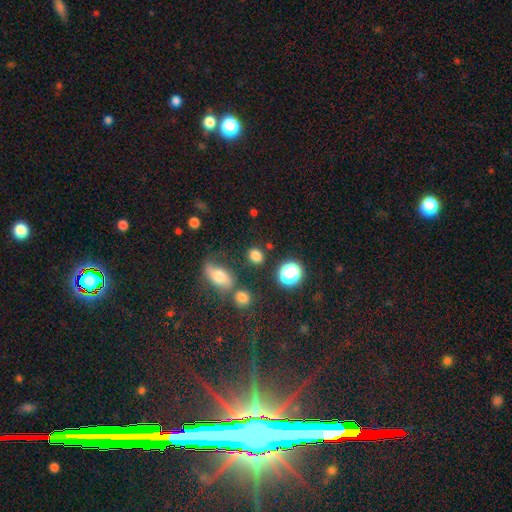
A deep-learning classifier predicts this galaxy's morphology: Smooth or featured: smooth — 77% (star or artifact — 16%)
How rounded: round — 57% (in between — 41%)
Merging: none — 74% (minor disturbance — 12%)